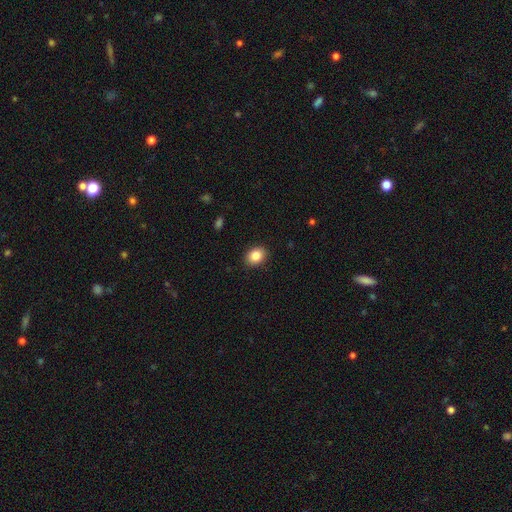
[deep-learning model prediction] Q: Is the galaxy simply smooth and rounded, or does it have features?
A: smooth — 85%.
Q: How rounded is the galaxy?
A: in between — 54%.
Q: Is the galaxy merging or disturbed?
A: none — 89%.